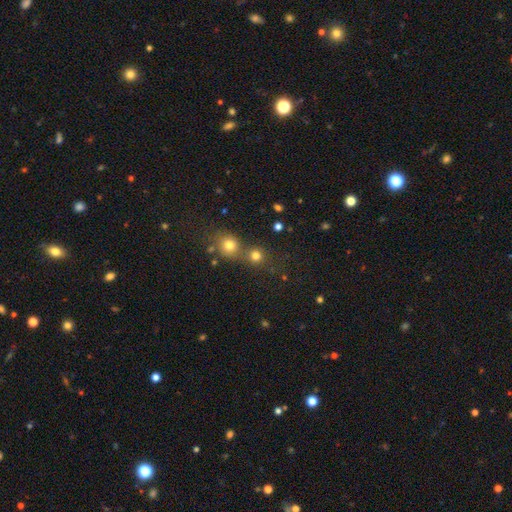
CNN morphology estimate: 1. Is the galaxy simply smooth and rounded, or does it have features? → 77% smooth, 16% star or artifact, 7% featured or disk.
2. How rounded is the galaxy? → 88% round, 11% in between, 1% cigar-shaped.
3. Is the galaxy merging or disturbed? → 56% none, 34% merger, 7% minor disturbance, 3% major disturbance.